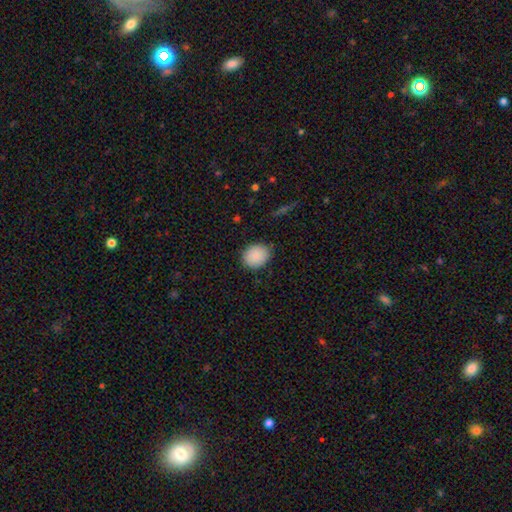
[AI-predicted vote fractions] A smooth galaxy with no disk features (88%) that is round (59%).

Vote fractions:
- Smooth or featured? smooth: 88% / star or artifact: 8% / featured or disk: 4%
- How rounded? round: 59% / in between: 40% / cigar-shaped: 1%
- Merging? none: 83% / minor disturbance: 13% / major disturbance: 3% / merger: 1%